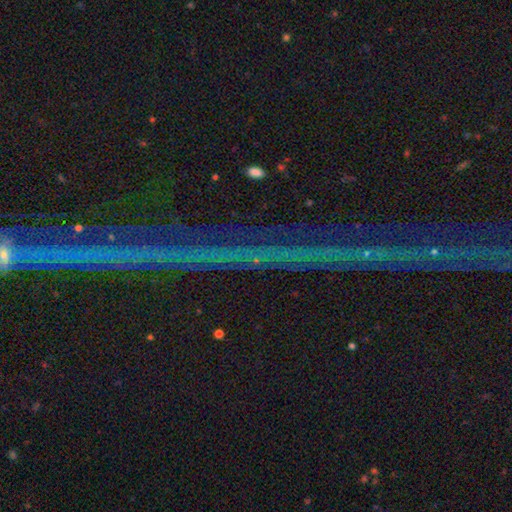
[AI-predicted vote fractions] A star or artifact, not a galaxy (84%).